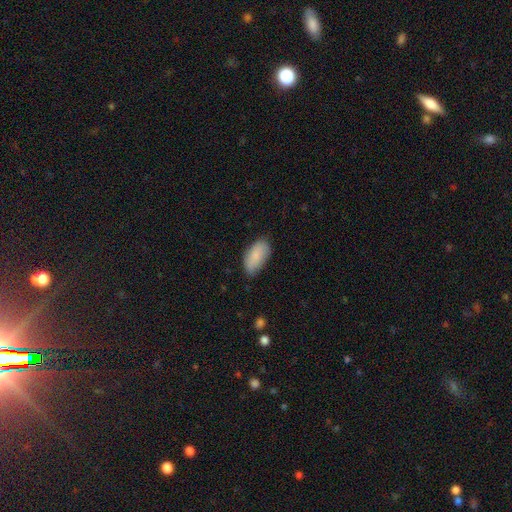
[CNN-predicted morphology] Smooth or featured? Predicted: smooth (p=0.86). How rounded? Predicted: in between (p=0.93). Merging? Predicted: none (p=0.75).